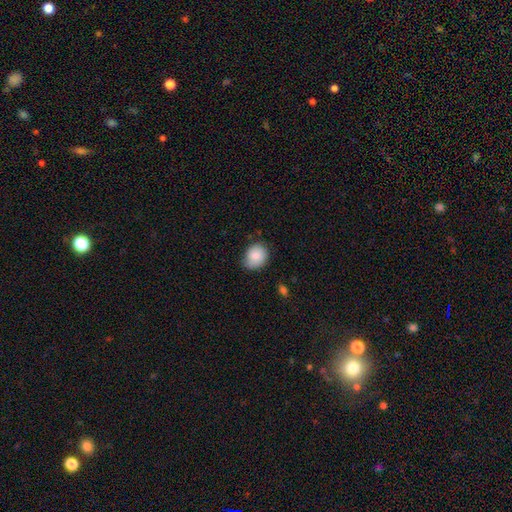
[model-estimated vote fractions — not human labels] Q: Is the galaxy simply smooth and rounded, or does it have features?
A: smooth — 83%.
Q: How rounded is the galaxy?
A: round — 56%.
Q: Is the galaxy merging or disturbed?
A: none — 66%.